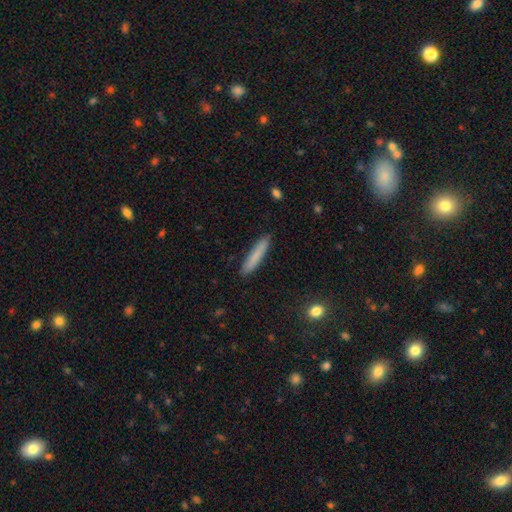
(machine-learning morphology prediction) The model was most divided on "smooth or featured": smooth: 81%, featured or disk: 13%, star or artifact: 6%. More confident: how rounded — cigar-shaped (93%); merging — none (89%).